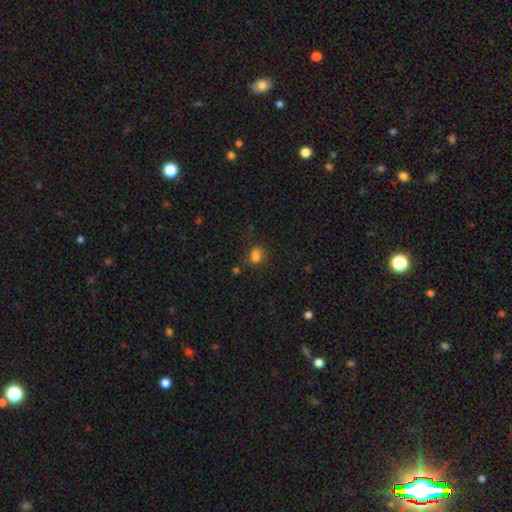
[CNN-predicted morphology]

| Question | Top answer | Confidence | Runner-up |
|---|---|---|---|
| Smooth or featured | smooth | 71% | star or artifact (19%) |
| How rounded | in between | 51% | round (47%) |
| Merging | none | 50% | merger (25%) |